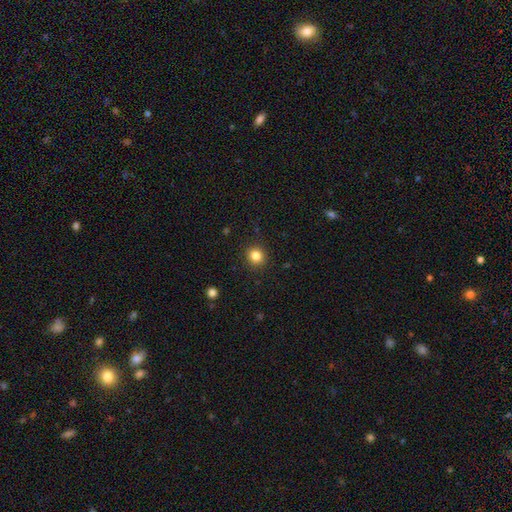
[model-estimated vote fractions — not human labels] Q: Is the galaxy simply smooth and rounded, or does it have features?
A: smooth — 83%.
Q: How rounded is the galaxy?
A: round — 86%.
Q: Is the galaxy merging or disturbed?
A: none — 90%.